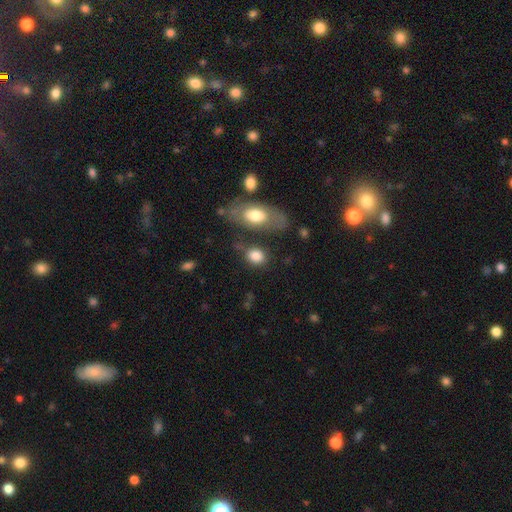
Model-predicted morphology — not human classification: Q: Smooth or featured?
A: smooth (83%); runner-up: featured or disk (10%)
Q: How rounded?
A: in between (55%); runner-up: round (42%)
Q: Merging?
A: none (63%); runner-up: minor disturbance (17%)